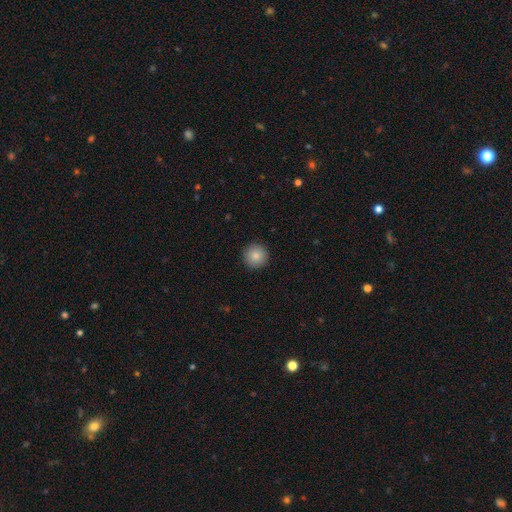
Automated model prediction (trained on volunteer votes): Smooth or featured?
  - smooth: 85% *
  - star or artifact: 9%
  - featured or disk: 6%
How rounded?
  - round: 96% *
  - in between: 3%
  - cigar-shaped: 1%
Merging?
  - none: 92% *
  - minor disturbance: 5%
  - major disturbance: 2%
  - merger: 1%